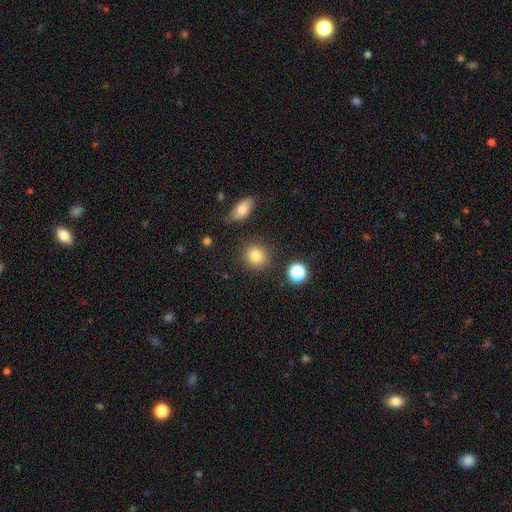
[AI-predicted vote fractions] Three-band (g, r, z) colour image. It shows a smooth galaxy with no disk features (81%) that is round (87%). Merging: none (87%).